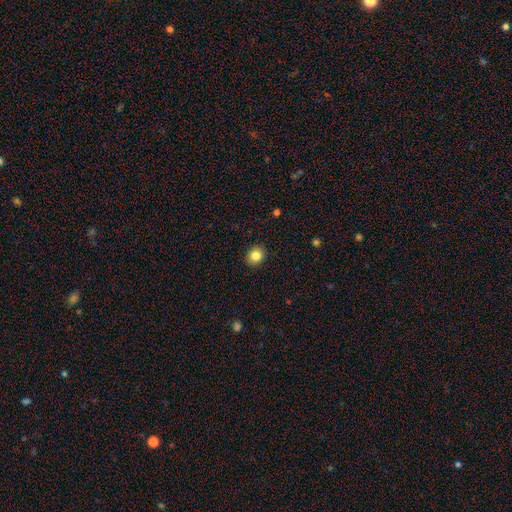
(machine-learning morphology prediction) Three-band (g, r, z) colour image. It shows a smooth galaxy with no disk features (83%) that is round (70%). Merging: none (91%).